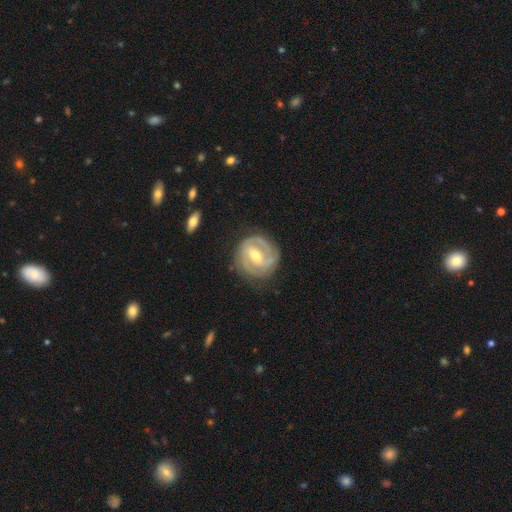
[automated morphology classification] smooth_or_featured: featured or disk (p=0.87) [alt: smooth p=0.08]
disk_edge_on: no (p=0.97) [alt: yes p=0.03]
bar: weak (p=0.47) [alt: strong p=0.33]
has_spiral_arms: yes (p=0.96) [alt: no p=0.04]
spiral_winding: tight (p=0.62) [alt: medium p=0.32]
spiral_arm_count: 2 (p=0.59) [alt: 3 p=0.20]
bulge_size: moderate (p=0.52) [alt: small p=0.45]
merging: none (p=0.79) [alt: minor disturbance p=0.15]